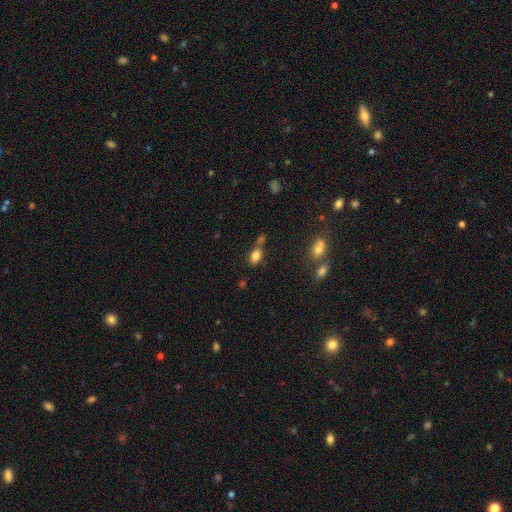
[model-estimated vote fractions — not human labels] The model was most divided on "merging": none: 52%, merger: 25%, minor disturbance: 17%, major disturbance: 6%. More confident: how rounded — in between (84%); smooth or featured — smooth (80%).